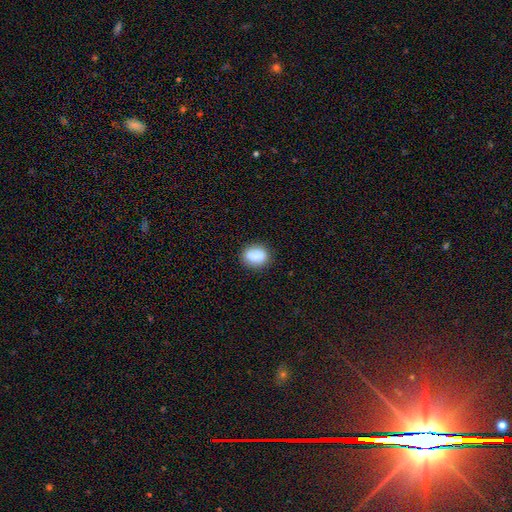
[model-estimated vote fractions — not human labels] Overall: smooth (84%). How rounded: in between (57%; round 41%). Merging: none (79%).